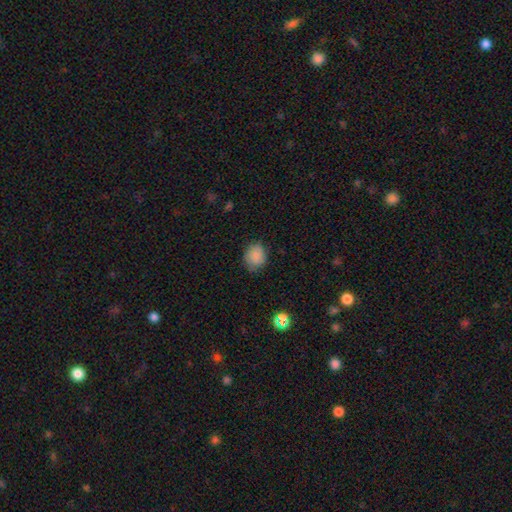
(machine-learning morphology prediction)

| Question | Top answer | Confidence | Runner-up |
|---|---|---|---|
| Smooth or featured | smooth | 84% | star or artifact (9%) |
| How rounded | round | 70% | in between (29%) |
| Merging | none | 74% | minor disturbance (21%) |